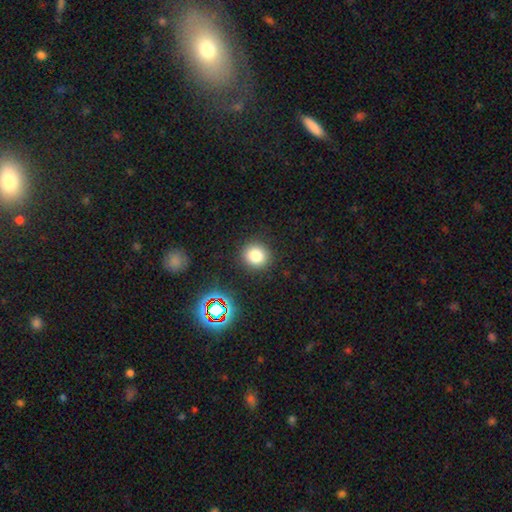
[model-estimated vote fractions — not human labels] A smooth galaxy with no disk features (79%) that is round (87%). Merging: none (89%).